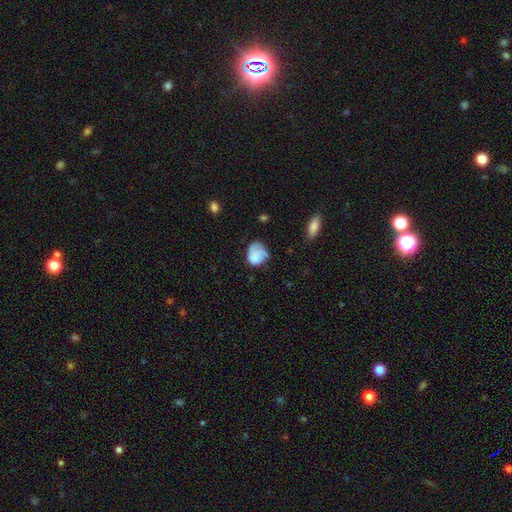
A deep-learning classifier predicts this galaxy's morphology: Smooth or featured: smooth — 63% (featured or disk — 29%)
How rounded: round — 55% (in between — 44%)
Merging: none — 45% (minor disturbance — 32%)